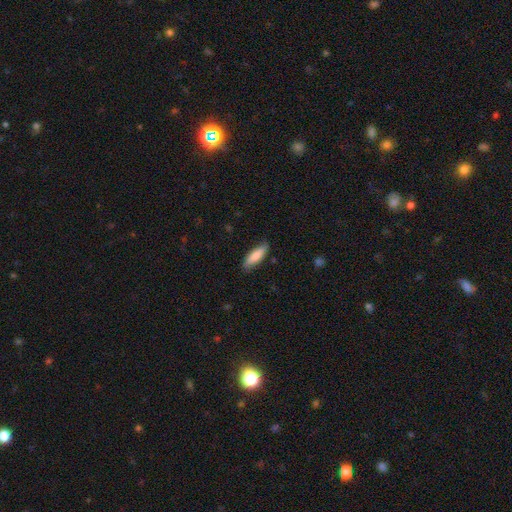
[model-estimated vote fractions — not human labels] smooth-or-featured: smooth: 80% | featured or disk: 15% | star or artifact: 6%
  how-rounded: cigar-shaped: 50% | in between: 48% | round: 2%
  merging: none: 79% | minor disturbance: 17% | major disturbance: 3% | merger: 1%